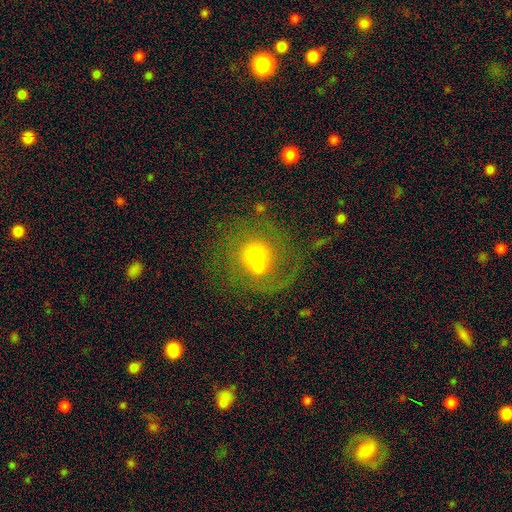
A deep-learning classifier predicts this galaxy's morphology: Overall: smooth (44%; featured or disk 42%). Merging: none (43%; merger 33%).